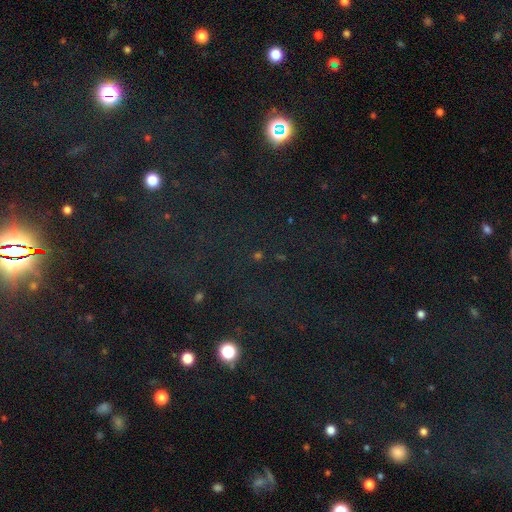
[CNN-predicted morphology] Smooth or featured: star or artifact — 74% (smooth — 17%)